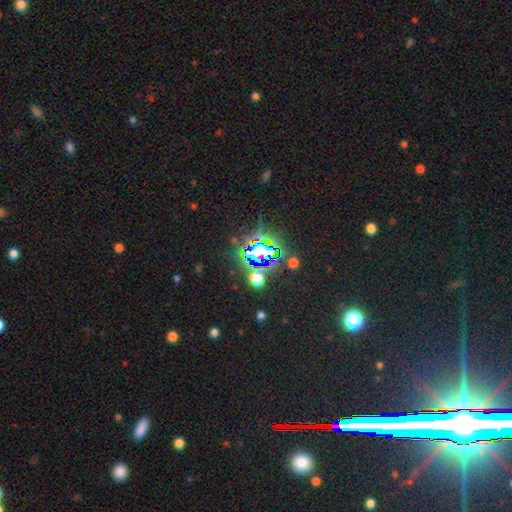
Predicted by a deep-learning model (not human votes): This appears to be a star or artifact, not a galaxy (72%).